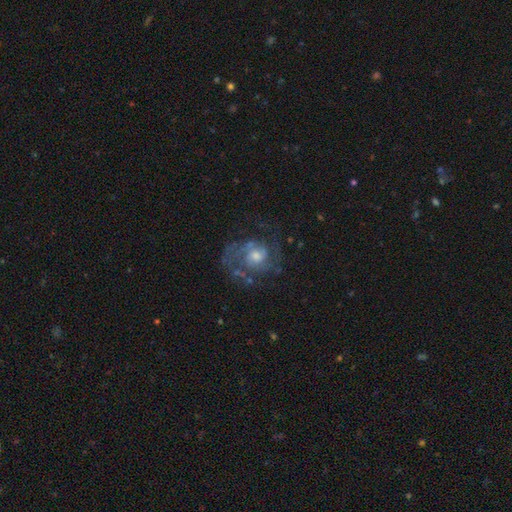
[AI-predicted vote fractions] Q: Smooth or featured?
A: featured or disk (80%); runner-up: smooth (12%)
Q: Edge-on disk?
A: no (98%); runner-up: yes (2%)
Q: Bar?
A: no (71%); runner-up: weak (25%)
Q: Spiral arms?
A: yes (89%); runner-up: no (11%)
Q: Spiral winding?
A: medium (45%); runner-up: tight (37%)
Q: Spiral arm count?
A: 2 (56%); runner-up: can't tell (20%)
Q: Bulge size?
A: moderate (58%); runner-up: small (27%)
Q: Merging?
A: none (61%); runner-up: major disturbance (19%)